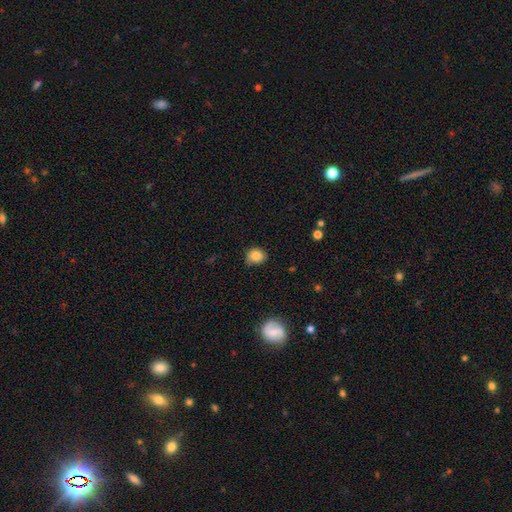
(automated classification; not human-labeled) smooth_or_featured: smooth (p=0.83) [alt: star or artifact p=0.10]
how_rounded: round (p=0.67) [alt: in between p=0.32]
merging: none (p=0.68) [alt: minor disturbance p=0.26]